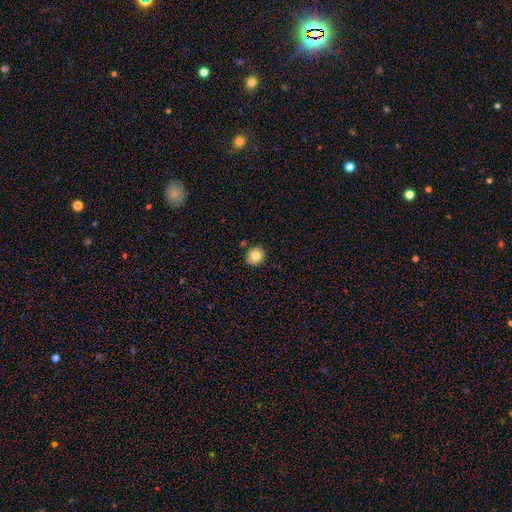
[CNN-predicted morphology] smooth 80%, featured or disk 10%, star or artifact 10%. Down the decision tree: how rounded — round (92%); merging — none (86%).